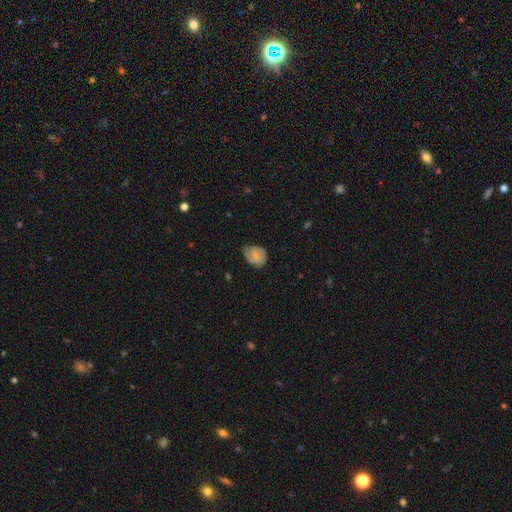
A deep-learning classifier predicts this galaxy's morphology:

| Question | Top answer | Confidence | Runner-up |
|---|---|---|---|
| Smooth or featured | smooth | 61% | featured or disk (31%) |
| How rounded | round | 50% | in between (49%) |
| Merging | none | 64% | minor disturbance (27%) |